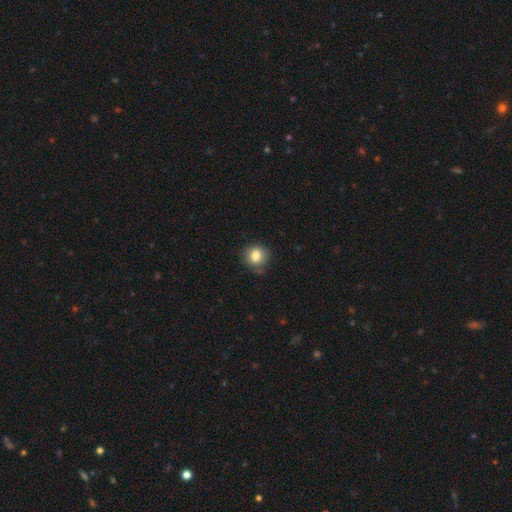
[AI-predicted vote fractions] Smooth or featured? Predicted: smooth (p=0.82). How rounded? Predicted: round (p=0.86). Merging? Predicted: none (p=0.79).